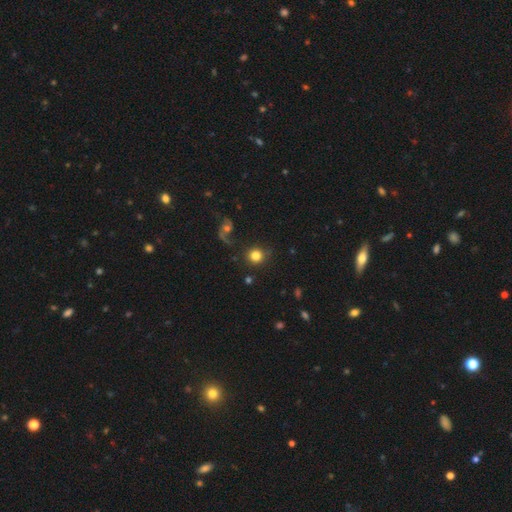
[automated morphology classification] smooth_or_featured: smooth (p=0.78) [alt: featured or disk p=0.11]
how_rounded: round (p=0.93) [alt: in between p=0.06]
merging: none (p=0.78) [alt: minor disturbance p=0.10]